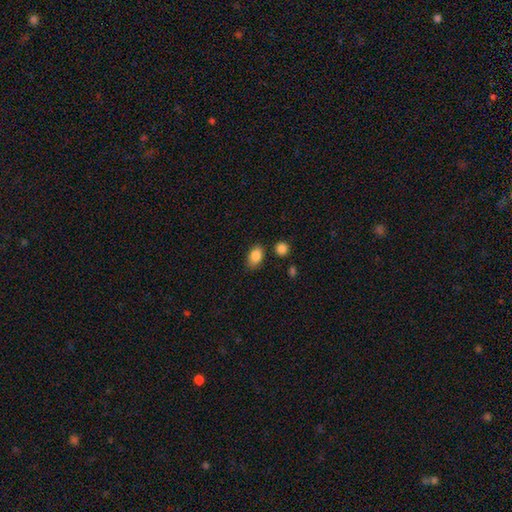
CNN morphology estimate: A smooth galaxy with no disk features (85%) that is in between round and cigar-shaped (83%). Merging: none (77%).